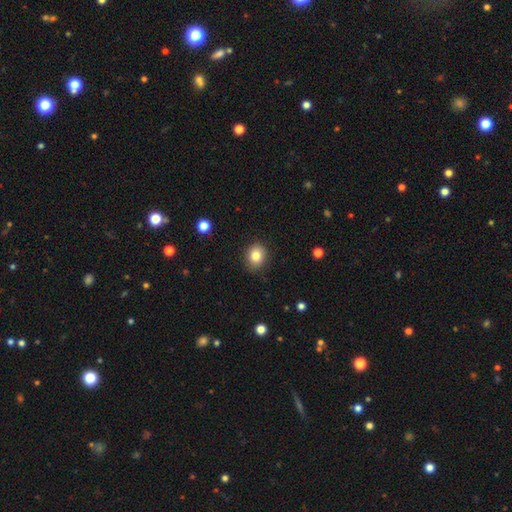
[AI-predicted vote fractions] Smooth or featured?
  - smooth: 82% *
  - star or artifact: 10%
  - featured or disk: 8%
How rounded?
  - round: 56% *
  - in between: 43%
  - cigar-shaped: 1%
Merging?
  - none: 88% *
  - minor disturbance: 9%
  - major disturbance: 2%
  - merger: 1%